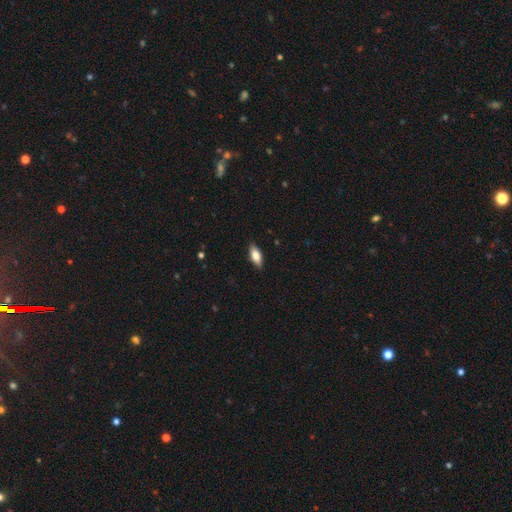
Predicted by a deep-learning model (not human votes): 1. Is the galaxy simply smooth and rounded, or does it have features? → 78% smooth, 16% featured or disk, 6% star or artifact.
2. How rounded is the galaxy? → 80% in between, 18% cigar-shaped, 2% round.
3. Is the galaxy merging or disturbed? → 88% none, 10% minor disturbance, 2% major disturbance, 1% merger.